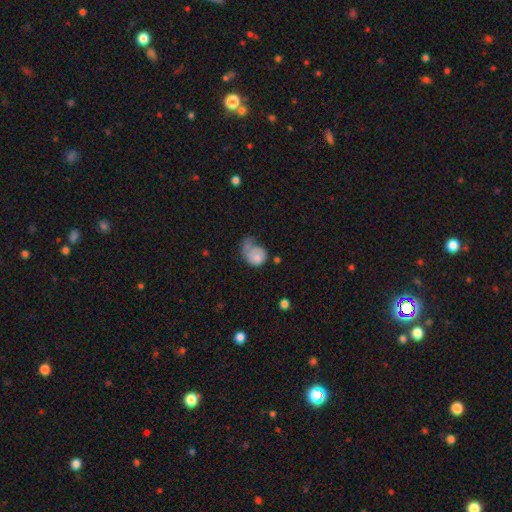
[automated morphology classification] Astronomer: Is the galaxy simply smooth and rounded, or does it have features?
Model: smooth — 65%.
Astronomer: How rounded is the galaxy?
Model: round — 57% (runner-up: in between, 42%).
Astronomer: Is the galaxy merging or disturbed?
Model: major disturbance — 49%.